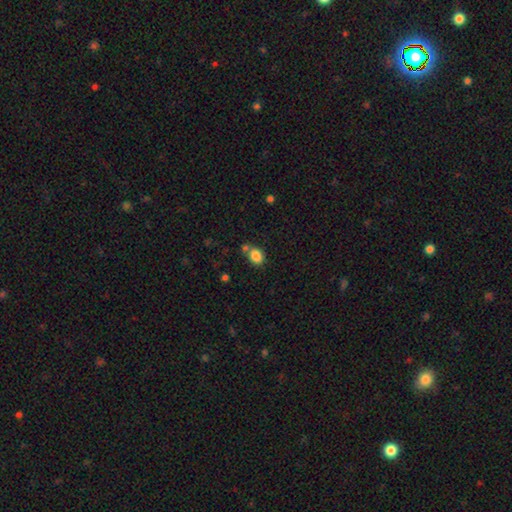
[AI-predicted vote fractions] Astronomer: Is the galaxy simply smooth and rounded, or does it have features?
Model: smooth — 86%.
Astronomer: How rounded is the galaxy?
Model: in between — 63%.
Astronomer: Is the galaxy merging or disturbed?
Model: none — 63%.